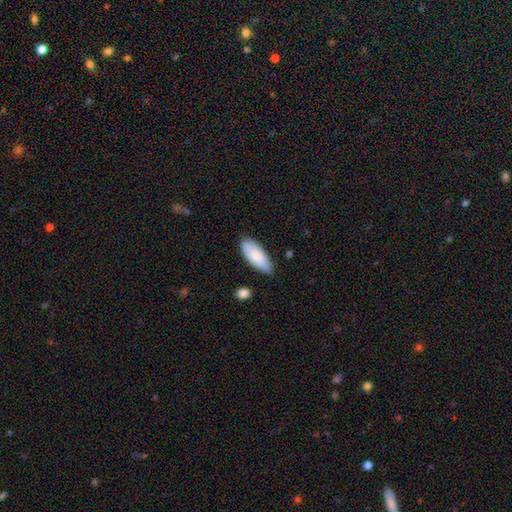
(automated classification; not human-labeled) Overall: smooth (83%). How rounded: in between (83%). Merging: none (81%).